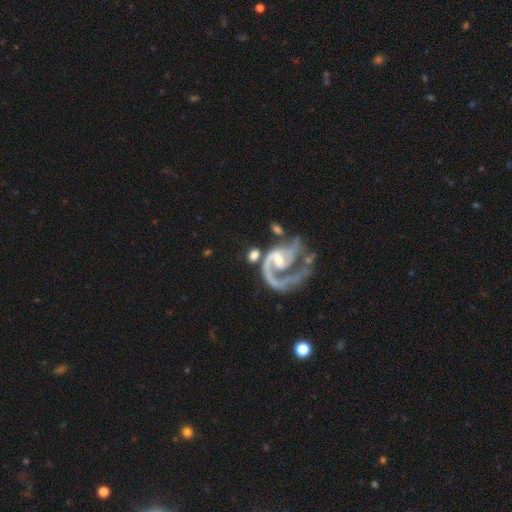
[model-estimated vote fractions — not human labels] Morphology: type=featured or disk (90%); edge-on=no (98%); bar=weak (43%); spiral arms=yes (95%); winding=medium (49%); arm count=1 (45%); bulge=small (54%); merging=major disturbance (36%).